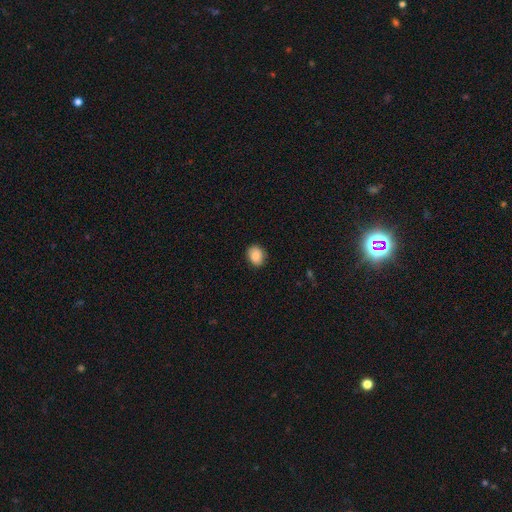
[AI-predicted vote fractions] This is clearly a smooth galaxy (84%). How rounded: possibly round (56%). Merging: clearly none (86%).